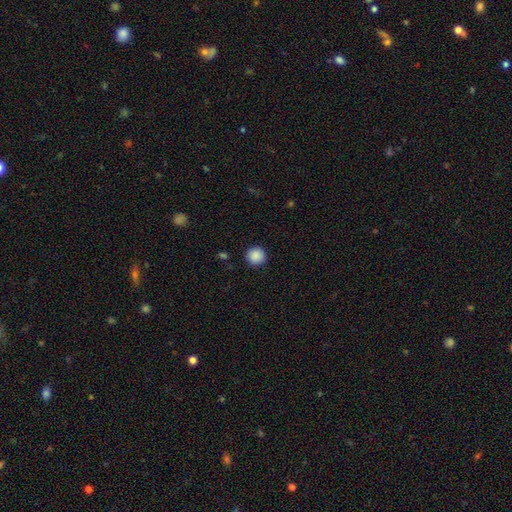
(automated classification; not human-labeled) The model was most divided on "smooth or featured": smooth: 89%, star or artifact: 9%, featured or disk: 3%. More confident: how rounded — round (95%); merging — none (92%).